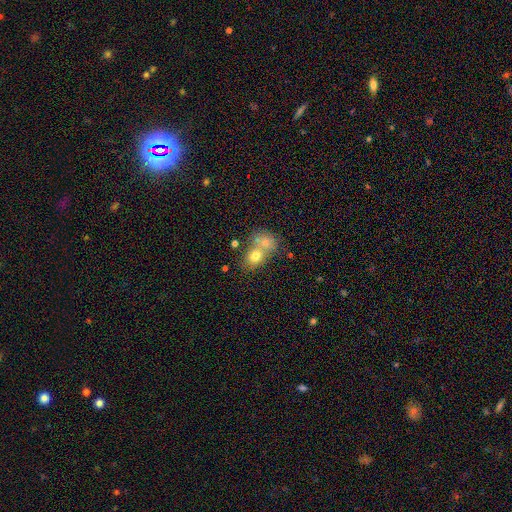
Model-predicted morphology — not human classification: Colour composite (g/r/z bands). It shows a smooth galaxy with no disk features (70%) that is in between round and cigar-shaped (51%). Merging: merger (58%).